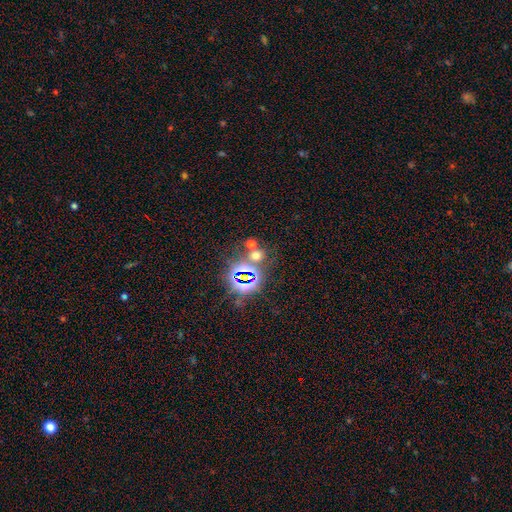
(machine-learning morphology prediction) This is possibly a star or artifact rather than a galaxy (50%).